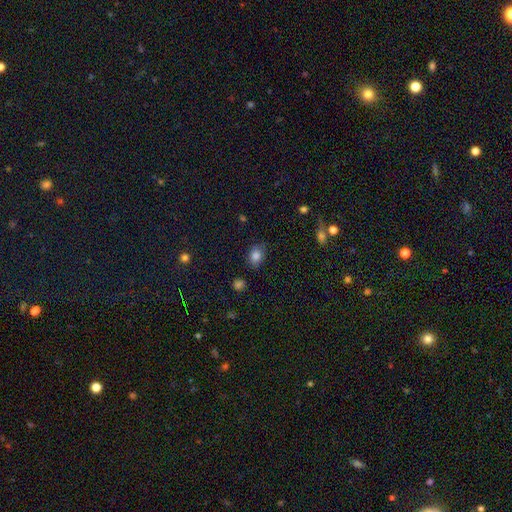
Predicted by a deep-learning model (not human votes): Q: Smooth or featured?
A: smooth (83%); runner-up: star or artifact (10%)
Q: How rounded?
A: in between (68%); runner-up: round (30%)
Q: Merging?
A: none (75%); runner-up: minor disturbance (19%)